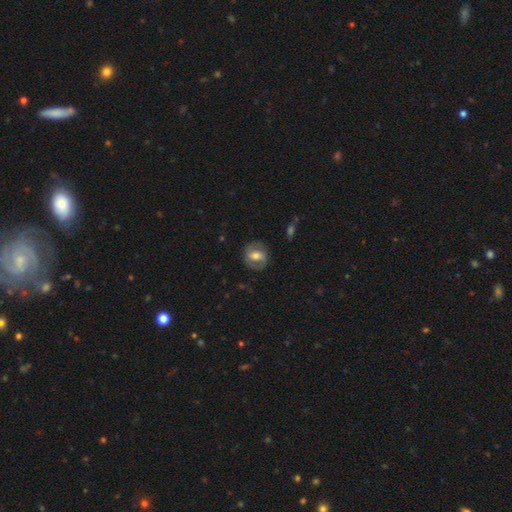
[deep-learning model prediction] Smooth or featured: featured or disk — 54% (smooth — 39%)
Edge-on disk: no — 95% (yes — 5%)
Bar: weak — 41% (strong — 31%)
Spiral arms: yes — 63% (no — 37%)
Bulge size: moderate — 65% (small — 18%)
Merging: none — 80% (minor disturbance — 13%)